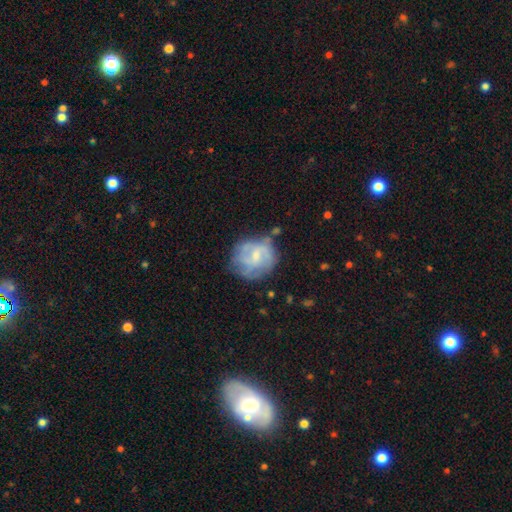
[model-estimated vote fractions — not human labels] A featured or disk galaxy (66%) with a weak bar (50%), spiral arms (77%) and a small central bulge (54%). Merging: none (59%).